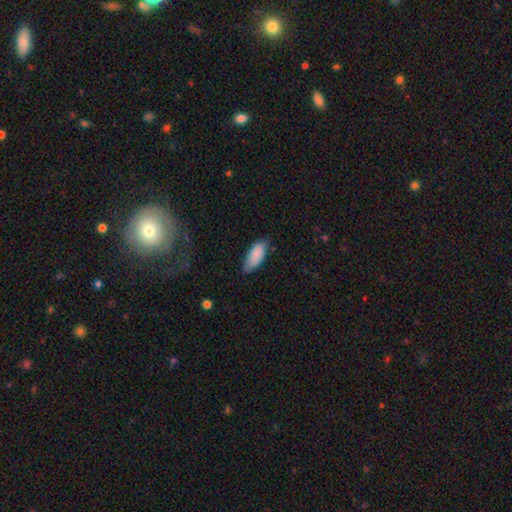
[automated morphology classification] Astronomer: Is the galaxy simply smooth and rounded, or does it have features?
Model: smooth — 87%.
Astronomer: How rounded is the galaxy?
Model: in between — 86%.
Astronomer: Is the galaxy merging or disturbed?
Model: none — 67%.